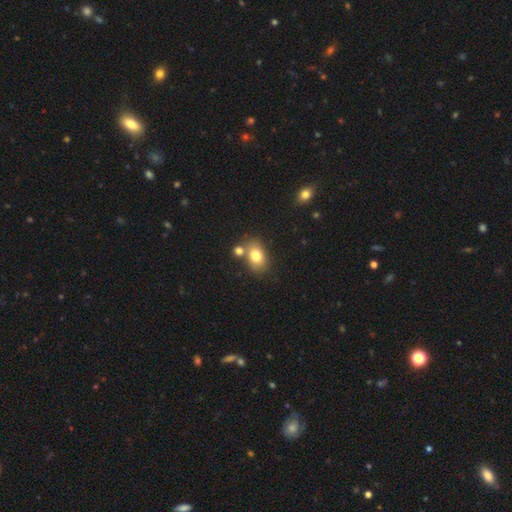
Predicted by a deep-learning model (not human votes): Smooth or featured? Predicted: smooth (p=0.78). How rounded? Predicted: in between (p=0.72). Merging? Predicted: none (p=0.61).